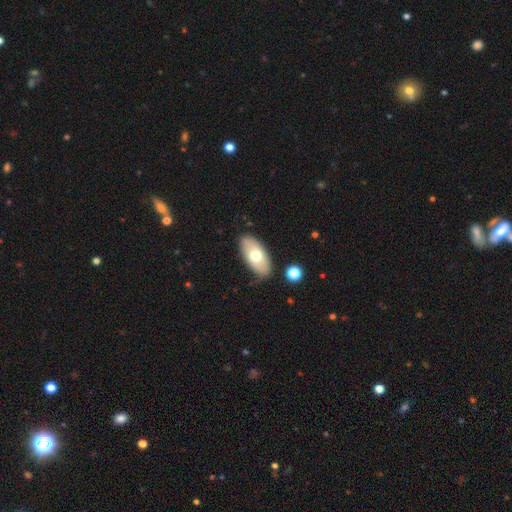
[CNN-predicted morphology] Smooth or featured? Predicted: smooth (p=0.66). How rounded? Predicted: in between (p=0.91). Merging? Predicted: none (p=0.83).